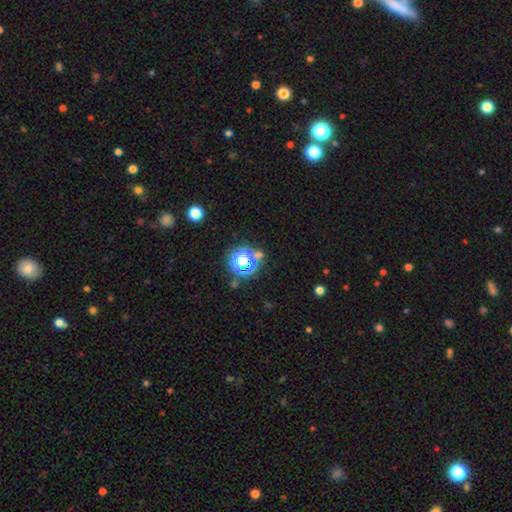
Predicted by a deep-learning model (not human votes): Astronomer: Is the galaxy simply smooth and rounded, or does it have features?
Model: star or artifact — 67%.